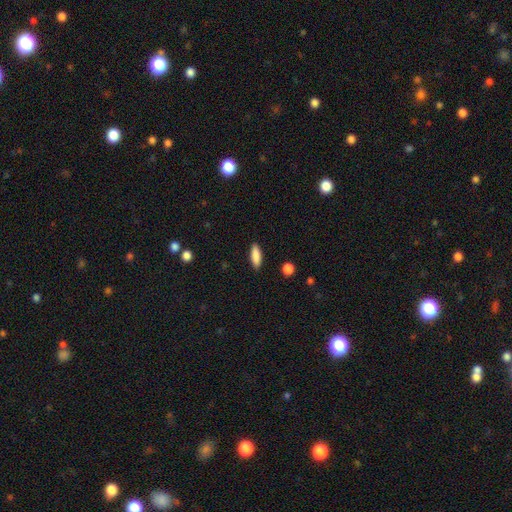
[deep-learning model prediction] Q: Smooth or featured?
A: smooth (86%); runner-up: featured or disk (7%)
Q: How rounded?
A: in between (52%); runner-up: cigar-shaped (46%)
Q: Merging?
A: none (89%); runner-up: minor disturbance (8%)